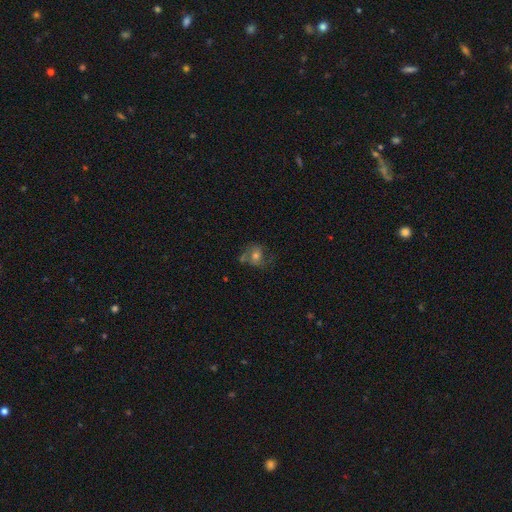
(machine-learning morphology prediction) Q: Smooth or featured?
A: smooth (51%); runner-up: featured or disk (35%)
Q: How rounded?
A: round (63%); runner-up: in between (36%)
Q: Merging?
A: none (49%); runner-up: minor disturbance (23%)